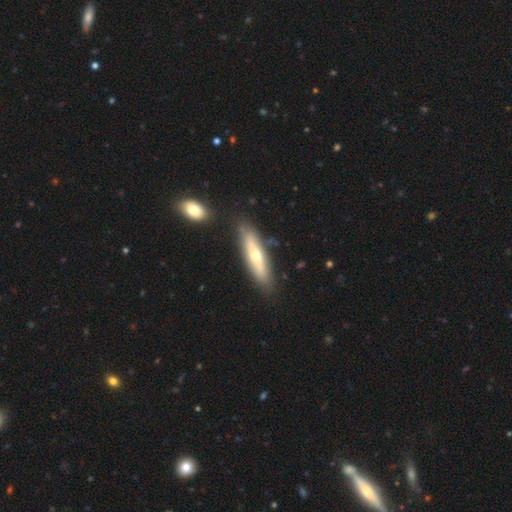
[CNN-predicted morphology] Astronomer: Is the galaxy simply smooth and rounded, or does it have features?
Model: featured or disk — 49% (runner-up: smooth, 45%).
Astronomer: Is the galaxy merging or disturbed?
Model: none — 80%.